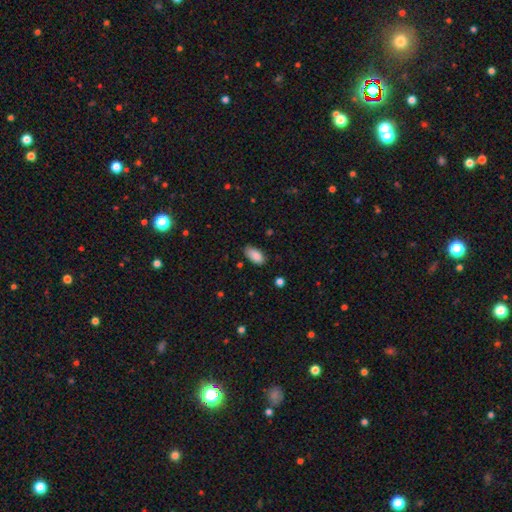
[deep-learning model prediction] This appears to be a smooth galaxy with no disk features (87%) that is in between round and cigar-shaped (93%). Merging: none (78%).